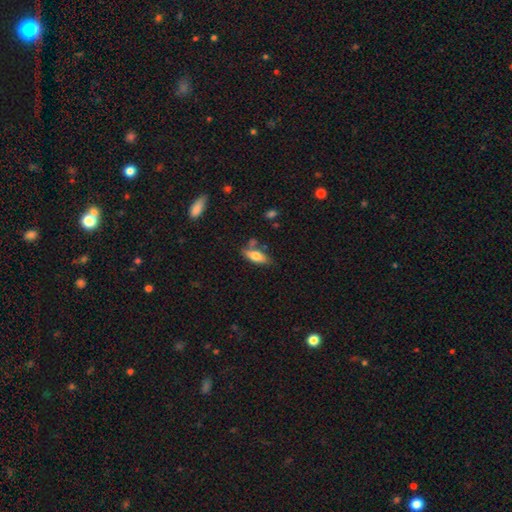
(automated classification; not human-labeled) This appears to be a smooth galaxy with no disk features (71%) that is in between round and cigar-shaped (70%). Merging: none (65%).